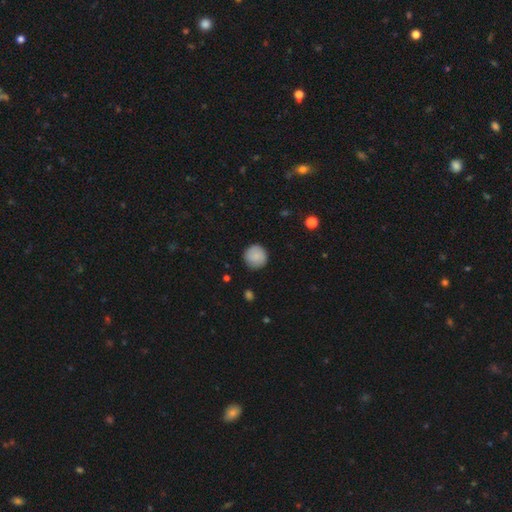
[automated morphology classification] Smooth or featured?
  - smooth: 87% *
  - star or artifact: 7%
  - featured or disk: 6%
How rounded?
  - round: 95% *
  - in between: 4%
  - cigar-shaped: 1%
Merging?
  - none: 87% *
  - minor disturbance: 10%
  - major disturbance: 2%
  - merger: 1%